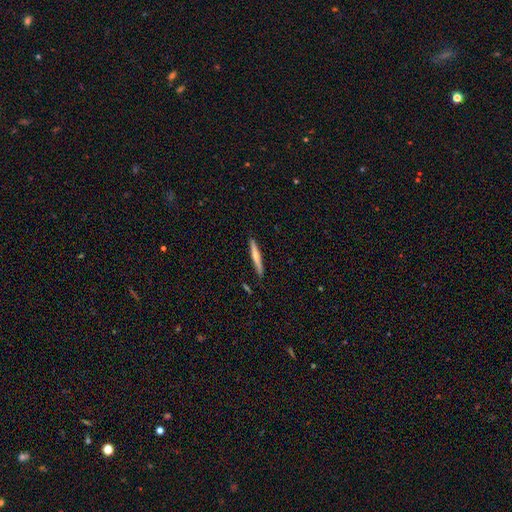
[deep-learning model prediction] Smooth or featured? Predicted: smooth (p=0.57). How rounded? Predicted: cigar-shaped (p=0.95). Merging? Predicted: none (p=0.88).